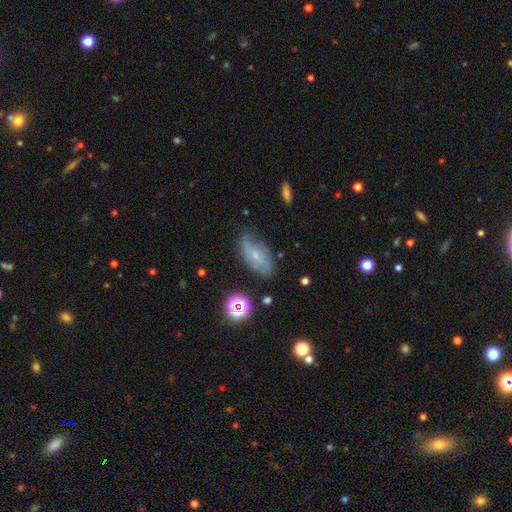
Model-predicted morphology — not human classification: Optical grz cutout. It shows a smooth galaxy with no disk features (45%). Merging: none (65%).